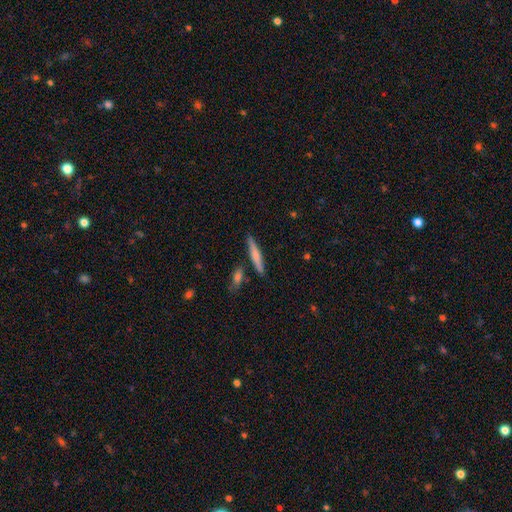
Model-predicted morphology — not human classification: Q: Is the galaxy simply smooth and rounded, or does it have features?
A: smooth — 58%.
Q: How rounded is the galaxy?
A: cigar-shaped — 92%.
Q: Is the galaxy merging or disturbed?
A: none — 84%.